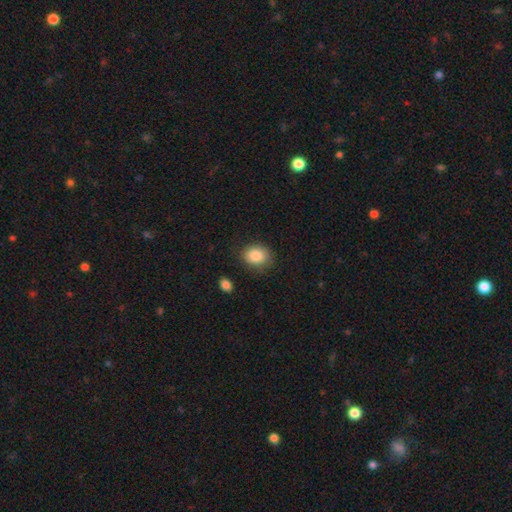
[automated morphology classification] Overall: smooth (86%). How rounded: round (50%; in between 49%). Merging: none (79%).